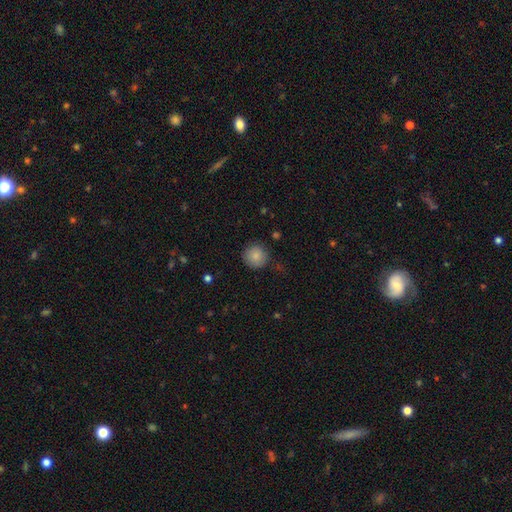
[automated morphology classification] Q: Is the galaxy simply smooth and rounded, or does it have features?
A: smooth — 86%.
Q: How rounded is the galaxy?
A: round — 94%.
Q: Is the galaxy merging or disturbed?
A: none — 86%.